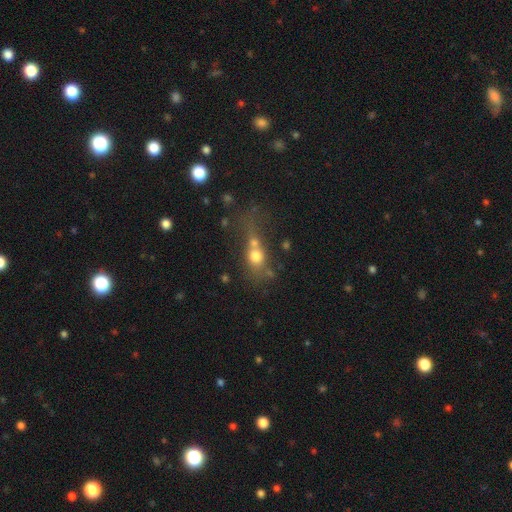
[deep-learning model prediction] smooth-or-featured: smooth: 67% | featured or disk: 20% | star or artifact: 14%
  how-rounded: round: 58% | in between: 37% | cigar-shaped: 5%
  merging: merger: 51% | none: 25% | major disturbance: 14% | minor disturbance: 11%